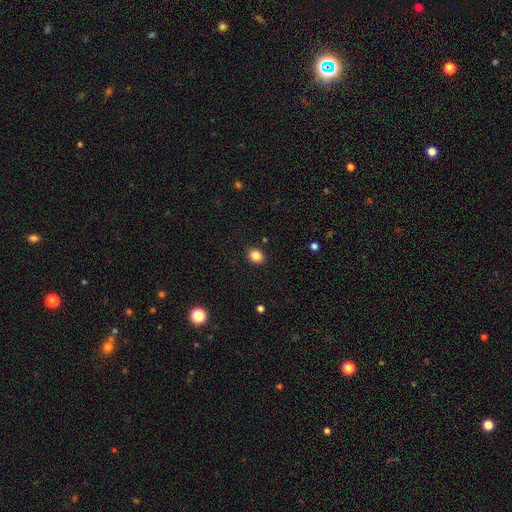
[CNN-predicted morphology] The model was most divided on "how rounded": round: 55%, in between: 45%, cigar-shaped: 1%. More confident: merging — none (90%); smooth or featured — smooth (85%).